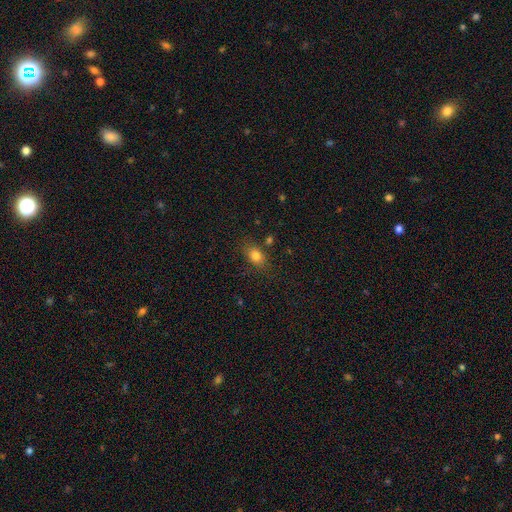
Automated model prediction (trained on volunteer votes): Smooth or featured: smooth — 80% (star or artifact — 11%)
How rounded: in between — 75% (round — 21%)
Merging: none — 77% (minor disturbance — 15%)